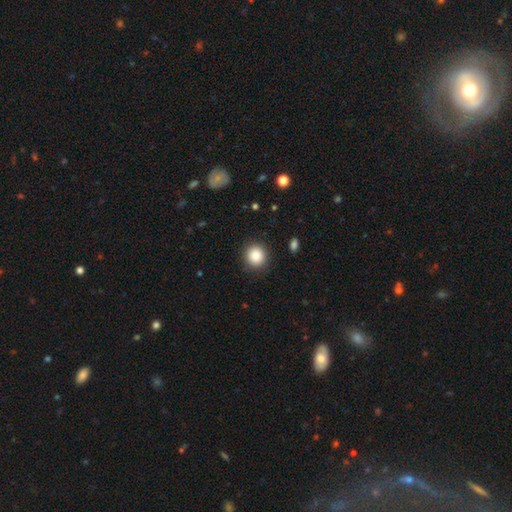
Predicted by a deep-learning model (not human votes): smooth_or_featured: smooth (p=0.86) [alt: star or artifact p=0.09]
how_rounded: round (p=0.90) [alt: in between p=0.09]
merging: none (p=0.89) [alt: minor disturbance p=0.07]